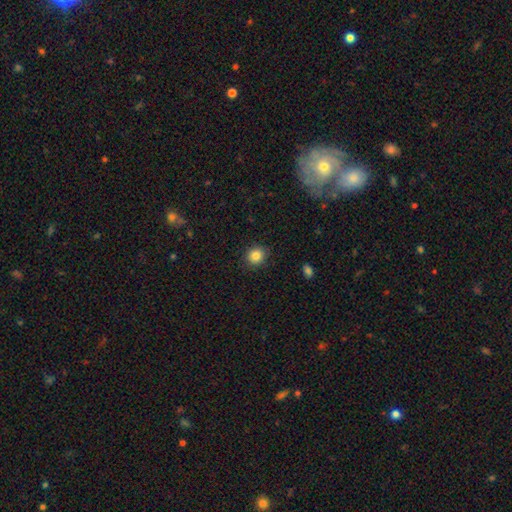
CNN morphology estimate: Smooth or featured? smooth (85%)
How rounded? round (85%)
Merging? none (90%)